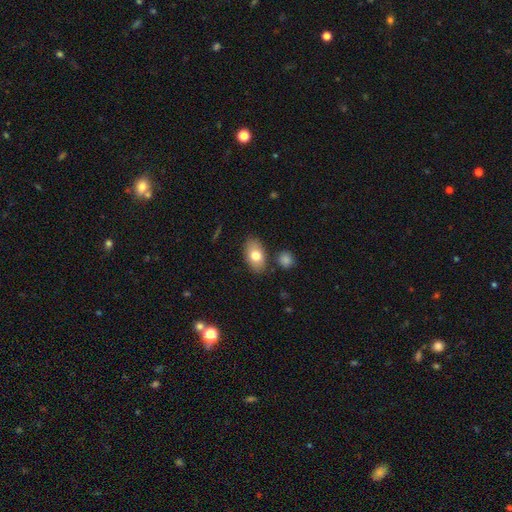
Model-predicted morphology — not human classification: smooth_or_featured: smooth (p=0.75) [alt: featured or disk p=0.18]
how_rounded: in between (p=0.91) [alt: round p=0.07]
merging: none (p=0.81) [alt: minor disturbance p=0.11]